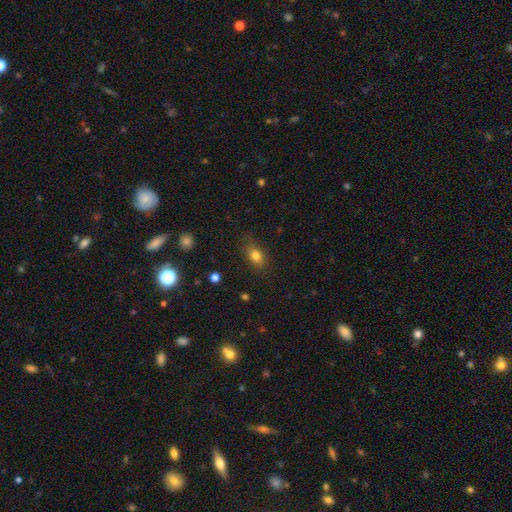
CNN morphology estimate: Smooth or featured? smooth (81%)
How rounded? in between (78%)
Merging? none (81%)